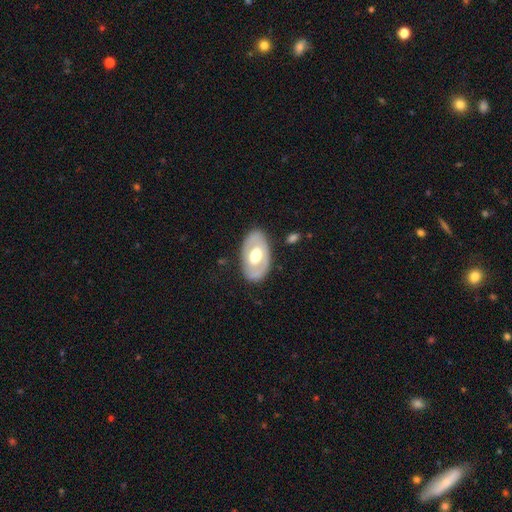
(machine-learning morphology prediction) featured or disk 55%, smooth 40%, star or artifact 5%. Down the decision tree: edge-on disk — no (89%); merging — none (83%).